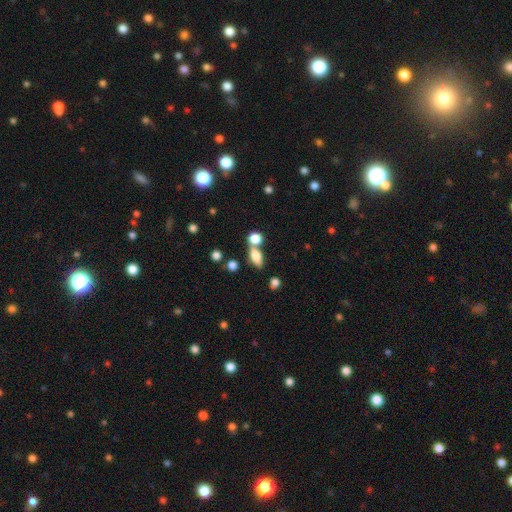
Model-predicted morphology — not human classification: Overall: smooth (73%). How rounded: in between (71%). Merging: none (52%; merger 31%).